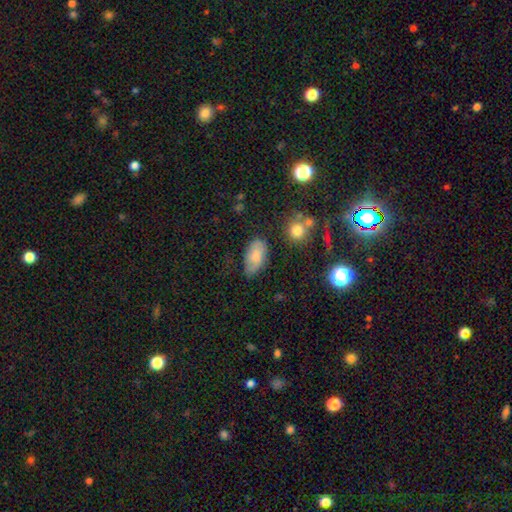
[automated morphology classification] This appears to be a smooth galaxy with no disk features (67%) that is in between round and cigar-shaped (93%). Merging: none (66%).